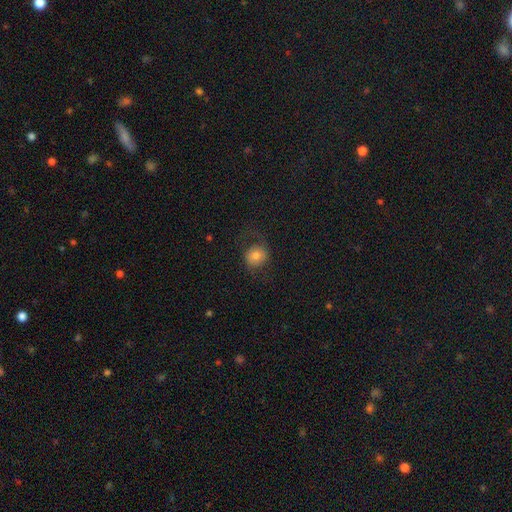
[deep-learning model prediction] Morphology: type=smooth (66%); roundness=round (81%); merging=none (67%).